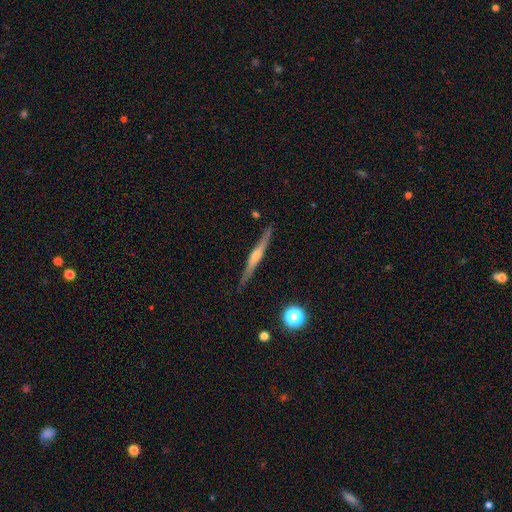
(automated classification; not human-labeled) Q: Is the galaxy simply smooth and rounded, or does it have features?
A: featured or disk — 73%.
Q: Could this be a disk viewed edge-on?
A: yes — 98%.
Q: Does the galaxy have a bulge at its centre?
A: rounded — 82%.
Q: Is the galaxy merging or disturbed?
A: none — 89%.